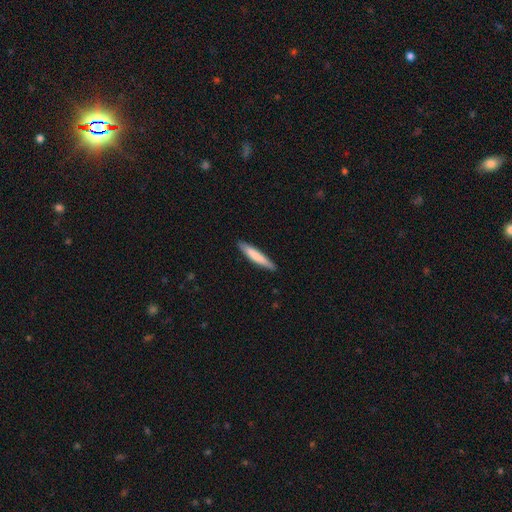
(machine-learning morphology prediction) Smooth or featured: smooth — 77% (featured or disk — 18%)
How rounded: cigar-shaped — 91% (in between — 8%)
Merging: none — 88% (minor disturbance — 10%)